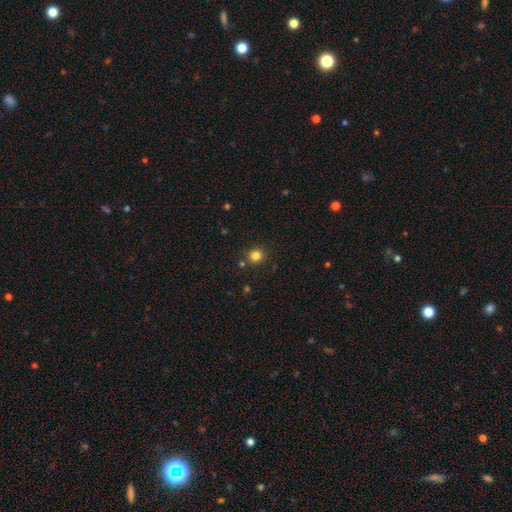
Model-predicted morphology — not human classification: smooth_or_featured: smooth (p=0.82) [alt: star or artifact p=0.14]
how_rounded: round (p=0.91) [alt: in between p=0.08]
merging: none (p=0.85) [alt: minor disturbance p=0.07]